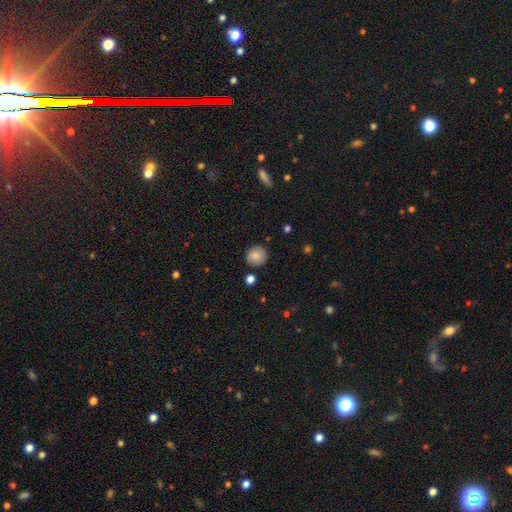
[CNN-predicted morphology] Smooth or featured?
  - smooth: 84% *
  - star or artifact: 8%
  - featured or disk: 8%
How rounded?
  - round: 87% *
  - in between: 12%
  - cigar-shaped: 1%
Merging?
  - none: 85% *
  - minor disturbance: 10%
  - merger: 2%
  - major disturbance: 2%